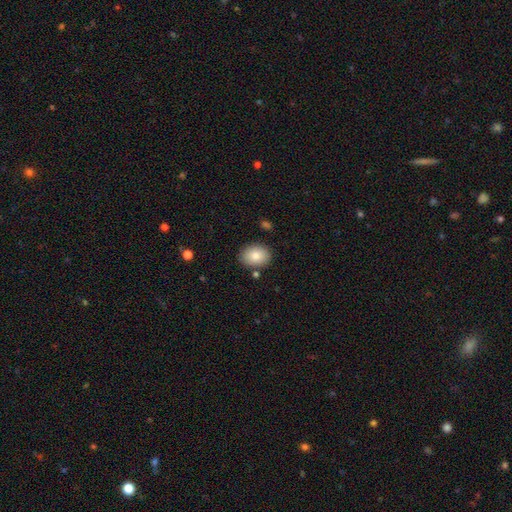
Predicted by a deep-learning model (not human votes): Smooth or featured?
  - smooth: 84% *
  - featured or disk: 9%
  - star or artifact: 7%
How rounded?
  - in between: 71% *
  - round: 28%
  - cigar-shaped: 1%
Merging?
  - none: 84% *
  - minor disturbance: 10%
  - merger: 3%
  - major disturbance: 2%